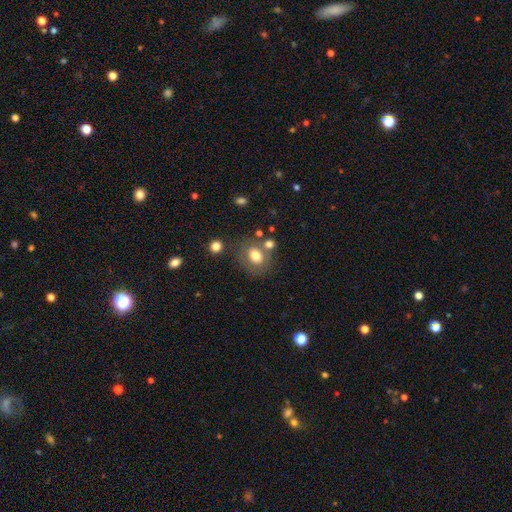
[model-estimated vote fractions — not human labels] This is likely a smooth galaxy (74%). How rounded: possibly round (53%). Merging: likely none (64%).